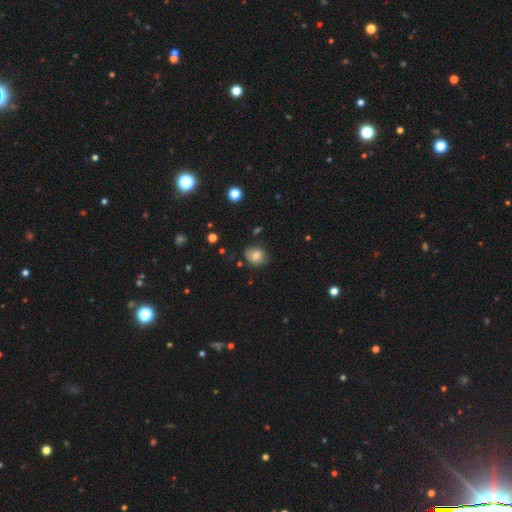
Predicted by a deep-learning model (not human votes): smooth_or_featured: smooth (p=0.75) [alt: featured or disk p=0.15]
how_rounded: round (p=0.68) [alt: in between p=0.31]
merging: none (p=0.70) [alt: minor disturbance p=0.22]